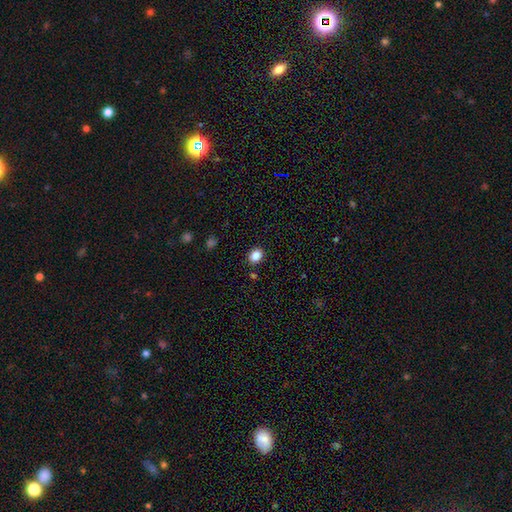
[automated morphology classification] A smooth galaxy with no disk features (86%) that is in between round and cigar-shaped (55%).

Vote fractions:
- Smooth or featured? smooth: 86% / star or artifact: 10% / featured or disk: 4%
- How rounded? in between: 55% / round: 44% / cigar-shaped: 1%
- Merging? none: 87% / minor disturbance: 8% / merger: 2% / major disturbance: 2%